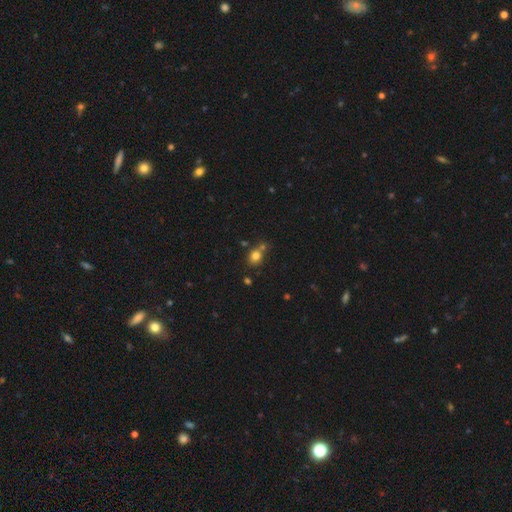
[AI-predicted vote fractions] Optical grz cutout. It shows a smooth galaxy with no disk features (78%) that is round (60%). Merging: none (61%).